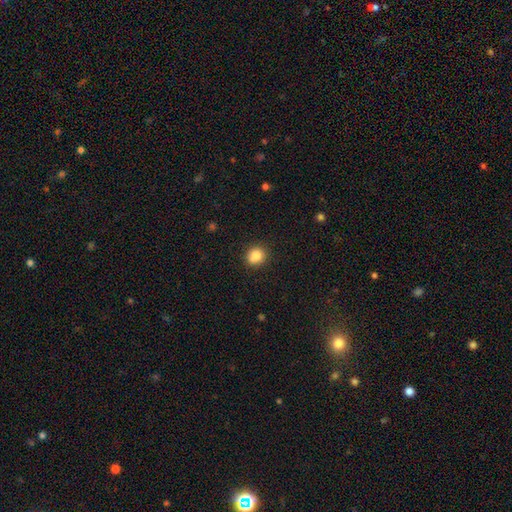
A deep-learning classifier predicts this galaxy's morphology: Smooth or featured: smooth — 83% (star or artifact — 10%)
How rounded: round — 81% (in between — 18%)
Merging: none — 82% (minor disturbance — 12%)